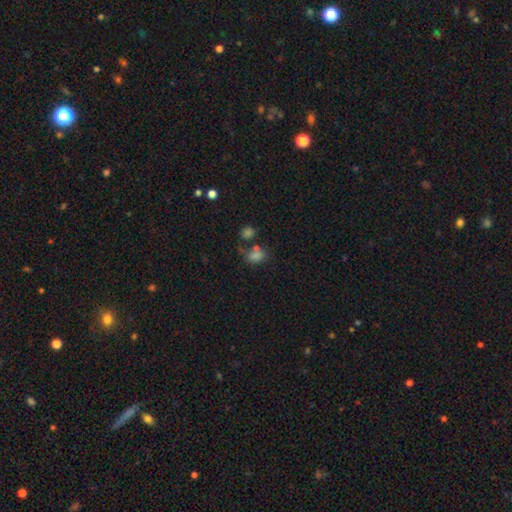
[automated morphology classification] type=smooth (71%); roundness=in between (60%); merging=none (41%).